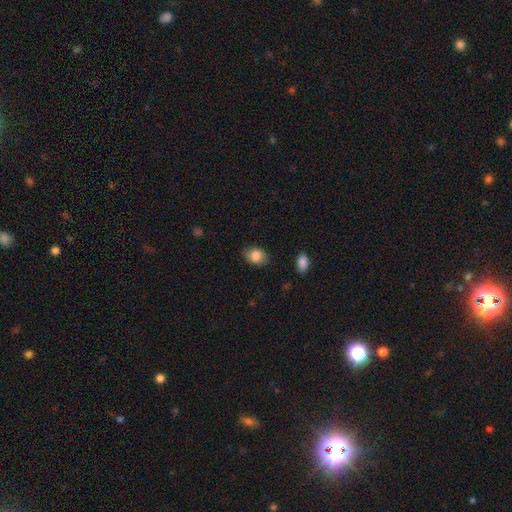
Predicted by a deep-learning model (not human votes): A smooth galaxy with no disk features (84%) that is in between round and cigar-shaped (68%). Merging: none (79%).